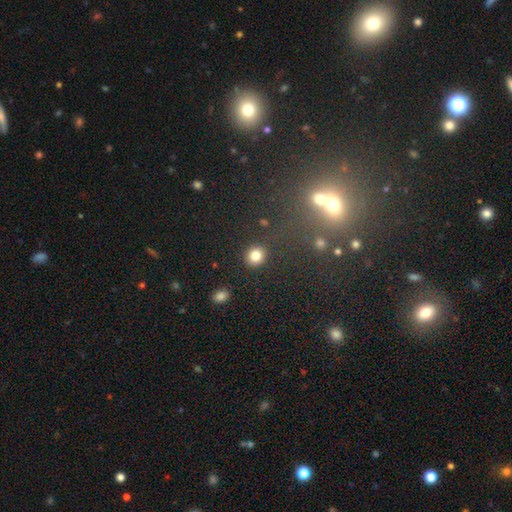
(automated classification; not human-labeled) Q: Smooth or featured?
A: smooth (82%); runner-up: star or artifact (11%)
Q: How rounded?
A: round (83%); runner-up: in between (16%)
Q: Merging?
A: none (88%); runner-up: minor disturbance (7%)